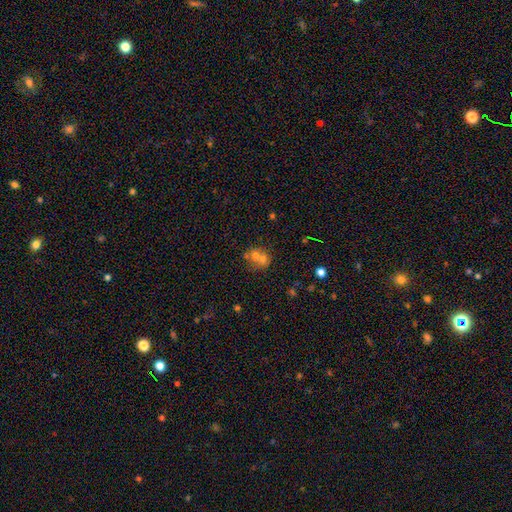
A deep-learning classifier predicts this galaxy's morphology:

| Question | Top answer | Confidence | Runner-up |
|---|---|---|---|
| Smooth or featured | smooth | 60% | featured or disk (24%) |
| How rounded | round | 75% | in between (24%) |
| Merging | merger | 57% | none (33%) |